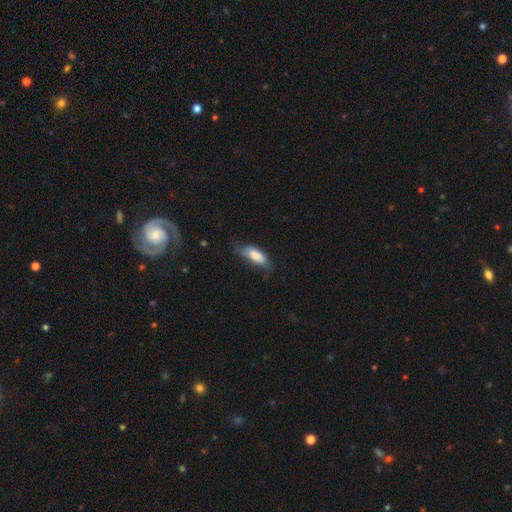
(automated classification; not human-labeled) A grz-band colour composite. It shows a smooth galaxy with no disk features (78%) that is in between round and cigar-shaped (74%). Merging: none (49%).